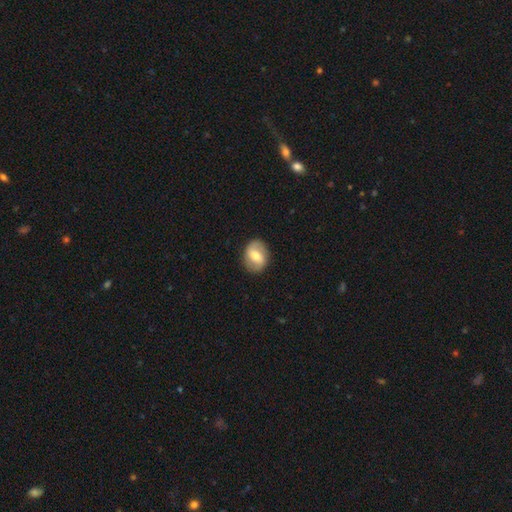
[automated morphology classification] Q: Smooth or featured?
A: featured or disk (50%); runner-up: smooth (44%)
Q: Merging?
A: none (86%); runner-up: minor disturbance (10%)